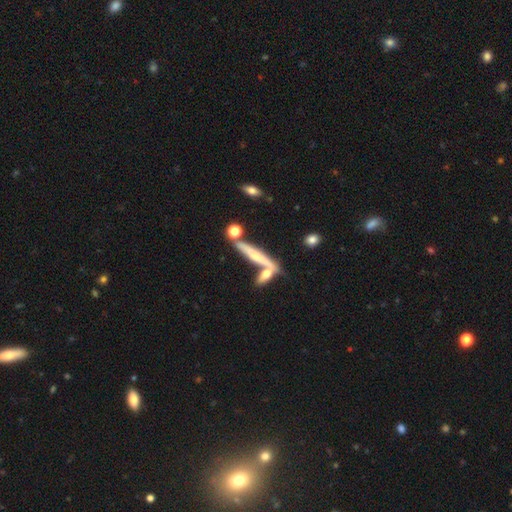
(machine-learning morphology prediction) Overall: featured or disk (49%; smooth 43%). Merging: none (57%; merger 26%).